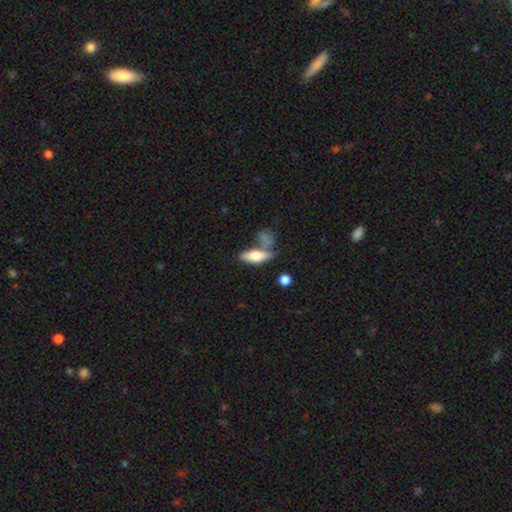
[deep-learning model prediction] Smooth or featured: smooth — 67% (featured or disk — 26%)
How rounded: in between — 60% (cigar-shaped — 36%)
Merging: none — 48% (merger — 27%)